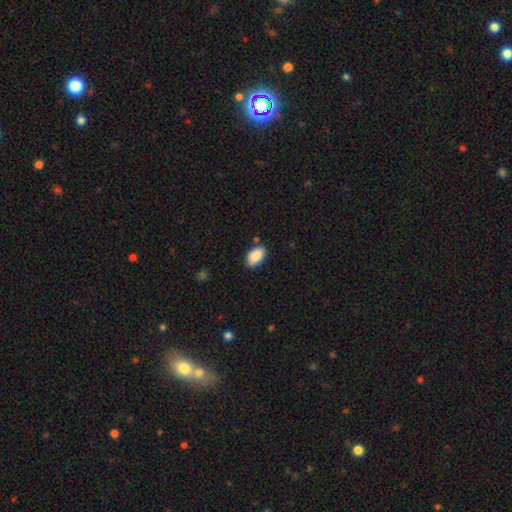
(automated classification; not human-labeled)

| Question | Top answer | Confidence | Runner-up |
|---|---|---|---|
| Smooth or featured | smooth | 88% | star or artifact (7%) |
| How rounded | in between | 93% | round (5%) |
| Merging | none | 79% | minor disturbance (16%) |